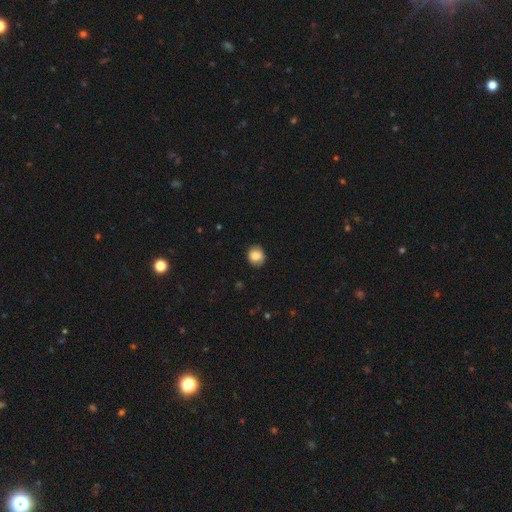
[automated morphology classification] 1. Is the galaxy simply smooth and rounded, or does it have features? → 84% smooth, 8% star or artifact, 8% featured or disk.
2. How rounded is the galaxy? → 76% round, 23% in between, 1% cigar-shaped.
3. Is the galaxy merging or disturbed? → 85% none, 12% minor disturbance, 2% major disturbance, 1% merger.